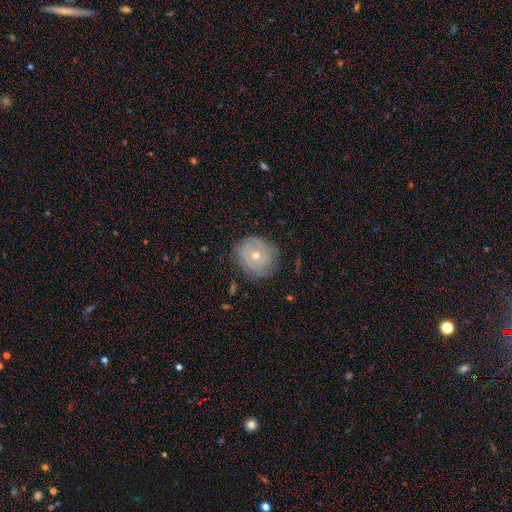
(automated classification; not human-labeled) Q: Smooth or featured?
A: featured or disk (68%); runner-up: smooth (23%)
Q: Edge-on disk?
A: no (97%); runner-up: yes (3%)
Q: Bar?
A: no (80%); runner-up: weak (16%)
Q: Spiral arms?
A: yes (79%); runner-up: no (21%)
Q: Spiral winding?
A: tight (73%); runner-up: medium (20%)
Q: Spiral arm count?
A: can't tell (46%); runner-up: 2 (24%)
Q: Bulge size?
A: moderate (55%); runner-up: small (42%)
Q: Merging?
A: none (77%); runner-up: minor disturbance (17%)